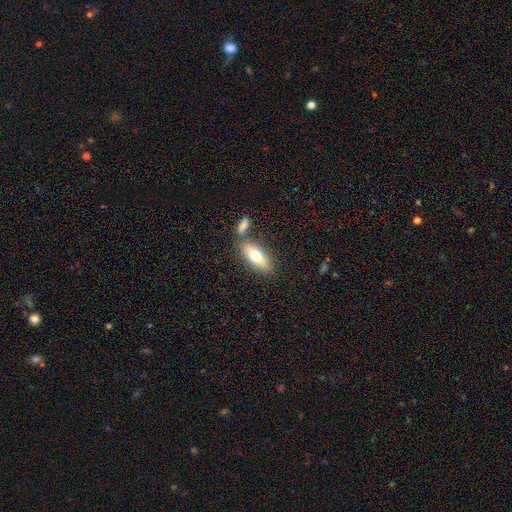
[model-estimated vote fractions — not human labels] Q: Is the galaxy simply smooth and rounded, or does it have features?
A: smooth — 70%.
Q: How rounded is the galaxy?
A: in between — 75%.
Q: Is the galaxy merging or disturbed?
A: none — 68%.